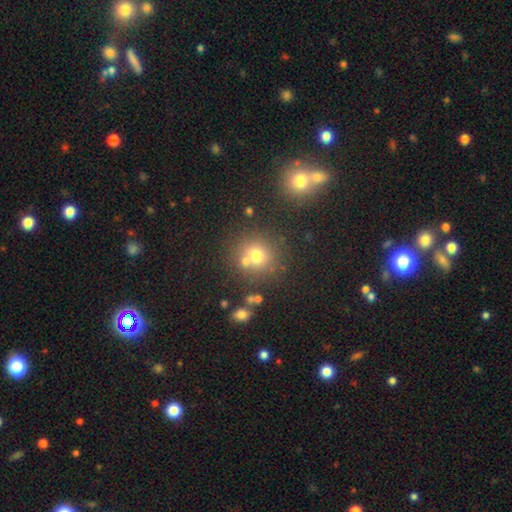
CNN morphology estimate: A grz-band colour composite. It shows a smooth galaxy with no disk features (70%) that is round (88%). Merging: none (67%).